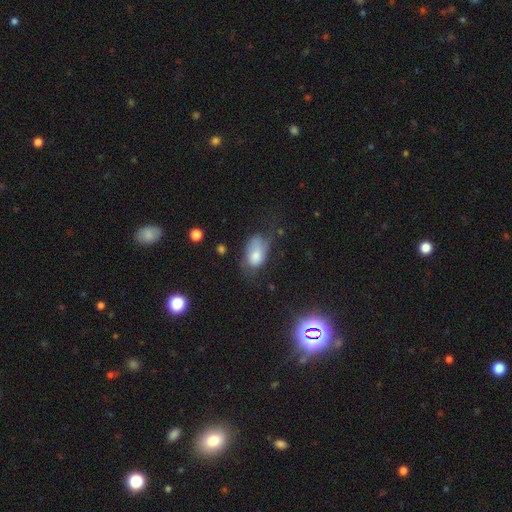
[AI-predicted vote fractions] Q: Smooth or featured?
A: smooth (72%); runner-up: featured or disk (19%)
Q: How rounded?
A: in between (89%); runner-up: round (10%)
Q: Merging?
A: none (34%); tied with: minor disturbance (34%)